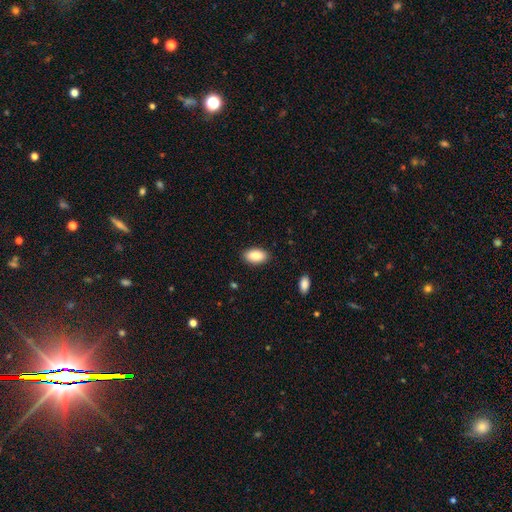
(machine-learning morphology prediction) Q: Smooth or featured?
A: smooth (89%); runner-up: star or artifact (7%)
Q: How rounded?
A: in between (94%); runner-up: round (3%)
Q: Merging?
A: none (89%); runner-up: minor disturbance (8%)